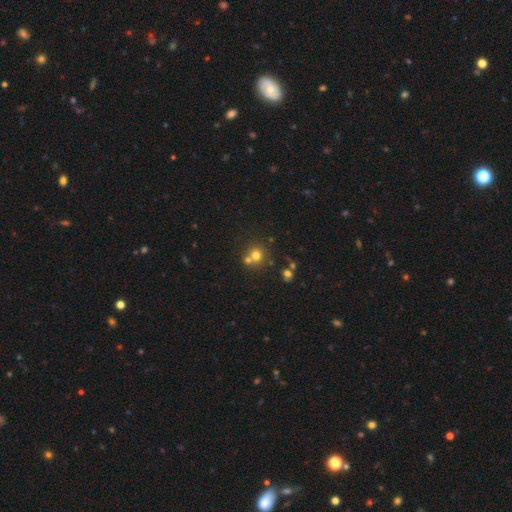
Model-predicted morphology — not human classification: smooth-or-featured: smooth: 70% | star or artifact: 17% | featured or disk: 13%
  how-rounded: round: 87% | in between: 12% | cigar-shaped: 1%
  merging: none: 54% | merger: 36% | minor disturbance: 7% | major disturbance: 3%